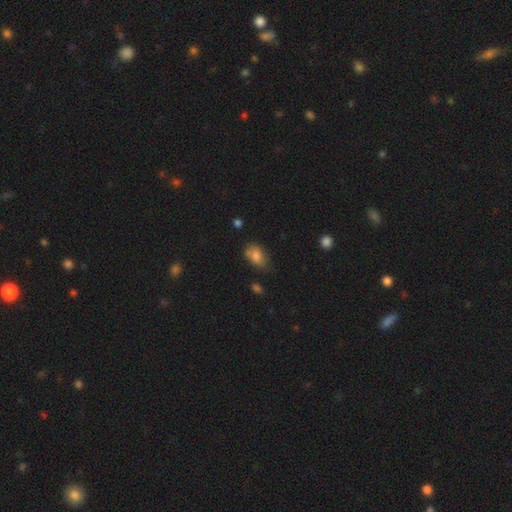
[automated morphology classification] Smooth or featured?
  - smooth: 76% *
  - featured or disk: 14%
  - star or artifact: 10%
How rounded?
  - in between: 85% *
  - round: 14%
  - cigar-shaped: 2%
Merging?
  - none: 56% *
  - minor disturbance: 31%
  - major disturbance: 8%
  - merger: 5%